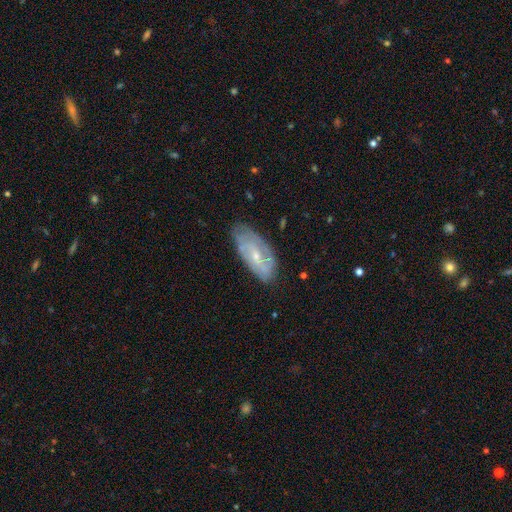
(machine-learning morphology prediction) Smooth or featured? featured or disk (65%)
Edge-on disk? no (89%)
Bar? no (53%)
Spiral arms? yes (74%)
Bulge size? small (65%)
Merging? none (71%)